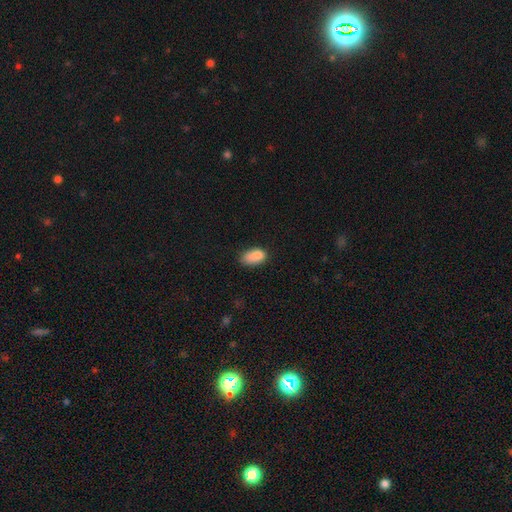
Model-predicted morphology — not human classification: smooth 83%, star or artifact 9%, featured or disk 8%. Down the decision tree: how rounded — in between (90%); merging — none (51%).